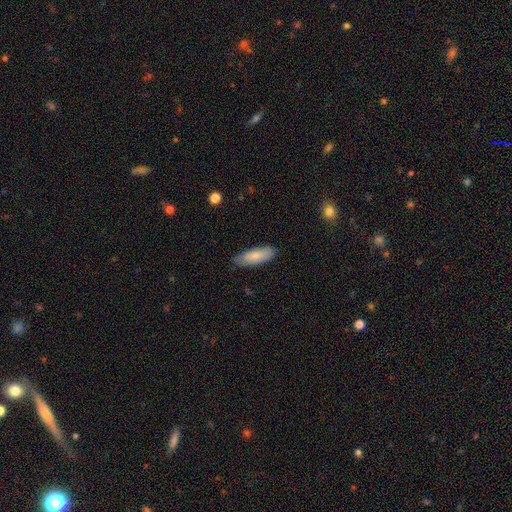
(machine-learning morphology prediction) A smooth galaxy with no disk features (83%) that is in between round and cigar-shaped (63%). Merging: none (84%).